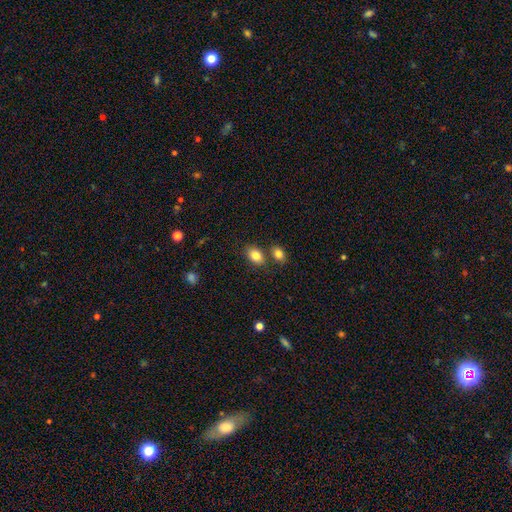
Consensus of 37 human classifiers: Morphology: type=smooth (76%); roundness=in between (71%); merging=none (72%).